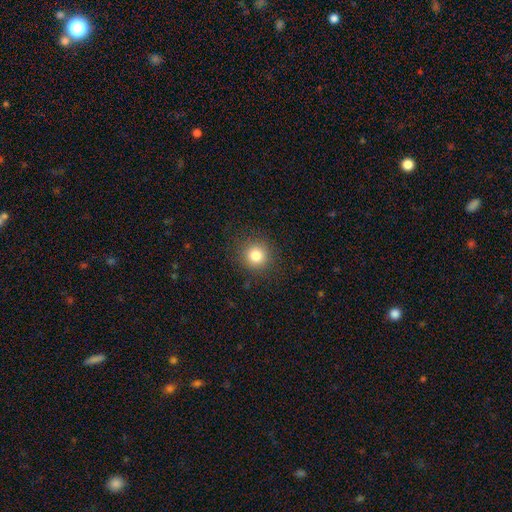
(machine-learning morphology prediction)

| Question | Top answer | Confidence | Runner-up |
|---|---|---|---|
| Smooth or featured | smooth | 81% | star or artifact (12%) |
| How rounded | round | 93% | in between (7%) |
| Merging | none | 89% | minor disturbance (7%) |